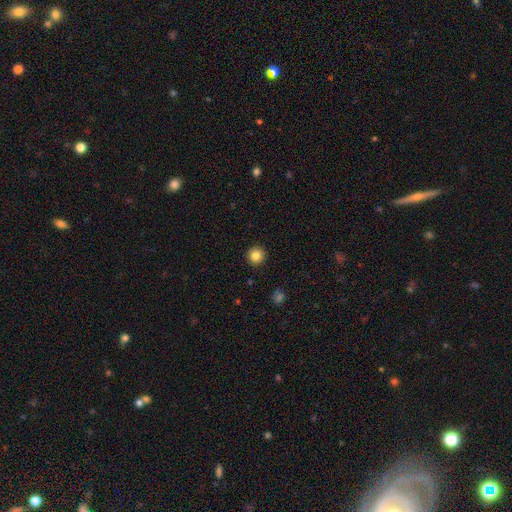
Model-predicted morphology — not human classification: smooth_or_featured: smooth (p=0.84) [alt: star or artifact p=0.10]
how_rounded: round (p=0.95) [alt: in between p=0.04]
merging: none (p=0.93) [alt: minor disturbance p=0.05]